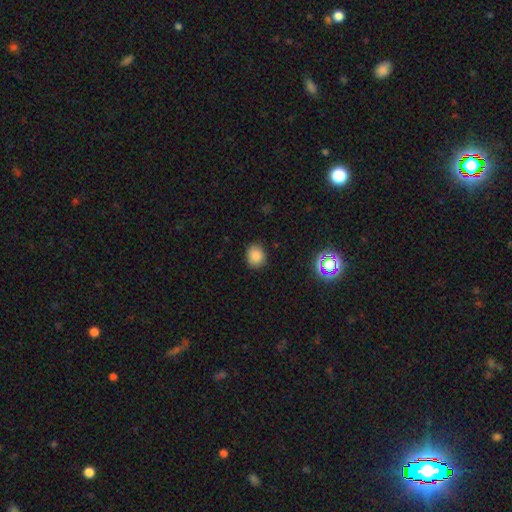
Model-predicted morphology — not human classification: A smooth galaxy with no disk features (83%) that is round (71%).

Vote fractions:
- Smooth or featured? smooth: 83% / star or artifact: 13% / featured or disk: 4%
- How rounded? round: 71% / in between: 28% / cigar-shaped: 1%
- Merging? none: 86% / minor disturbance: 10% / major disturbance: 3% / merger: 1%